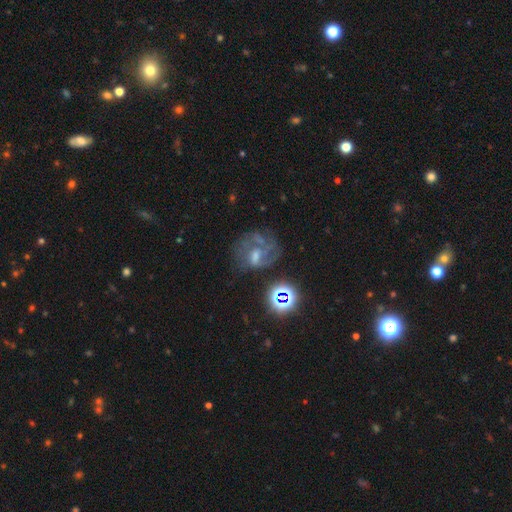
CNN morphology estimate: Smooth or featured?
  - featured or disk: 59% *
  - star or artifact: 25%
  - smooth: 16%
Edge-on disk?
  - no: 97% *
  - yes: 3%
Bar?
  - no: 44% * (tied)
  - weak: 44% * (tied)
  - strong: 12%
Spiral arms?
  - yes: 74% *
  - no: 26%
Bulge size?
  - moderate: 39% *
  - small: 34%
  - none: 21%
  - large: 5%
  - dominant: 2%
Merging?
  - none: 53% *
  - major disturbance: 22%
  - minor disturbance: 19%
  - merger: 6%